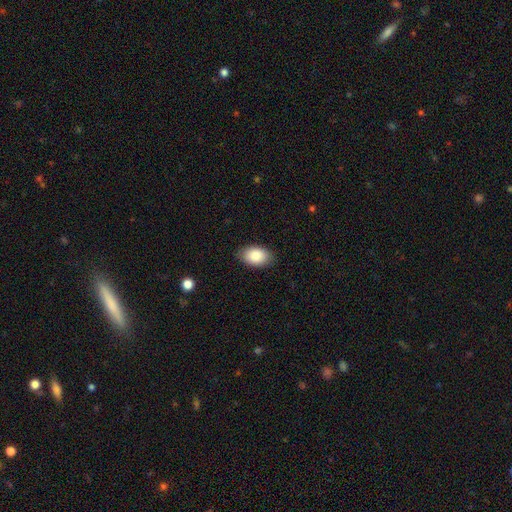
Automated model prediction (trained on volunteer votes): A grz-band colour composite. It shows a smooth galaxy with no disk features (87%) that is in between round and cigar-shaped (91%). Merging: none (86%).